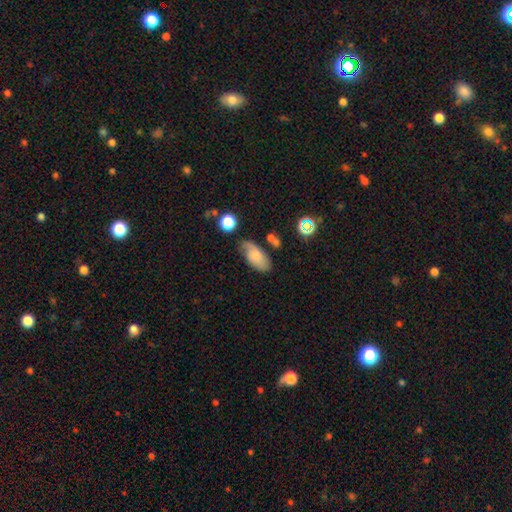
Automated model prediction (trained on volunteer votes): This is likely a smooth galaxy (68%). How rounded: clearly in between (90%). Merging: possibly none (57%).